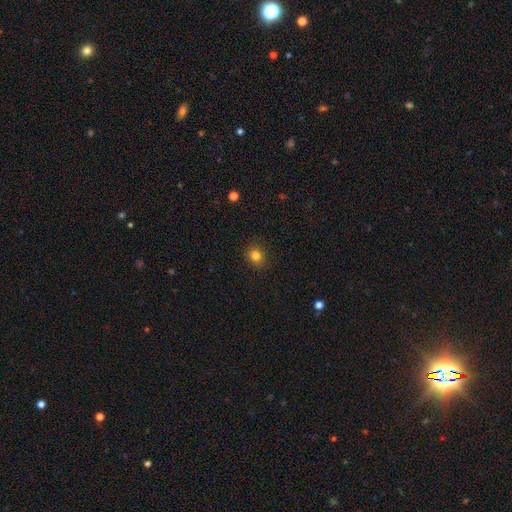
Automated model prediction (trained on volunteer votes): Morphology: type=smooth (82%); roundness=round (75%); merging=none (90%).